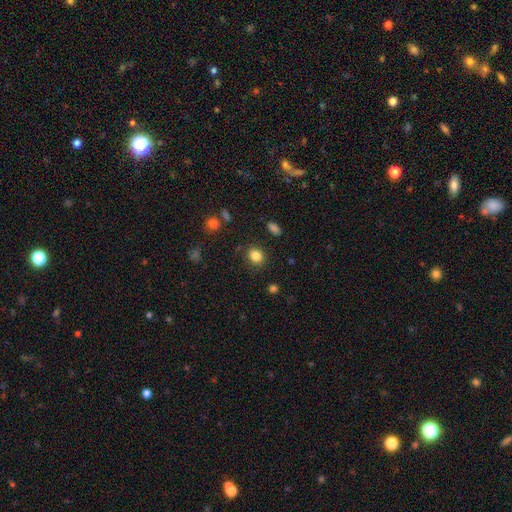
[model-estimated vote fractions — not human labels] Overall: smooth (84%). How rounded: round (63%; in between 36%). Merging: none (85%).